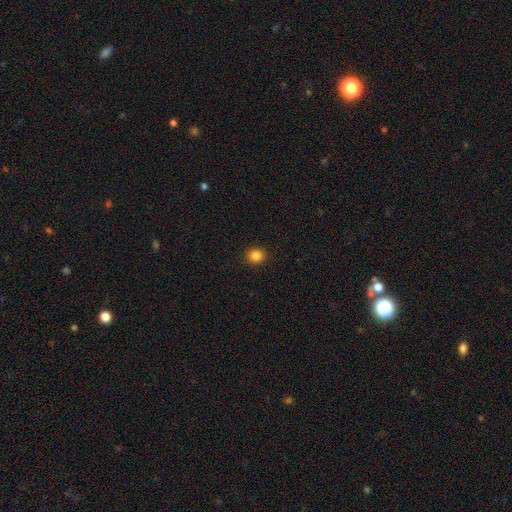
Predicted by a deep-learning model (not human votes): smooth 85%, star or artifact 11%, featured or disk 4%. Down the decision tree: how rounded — round (85%); merging — none (92%).